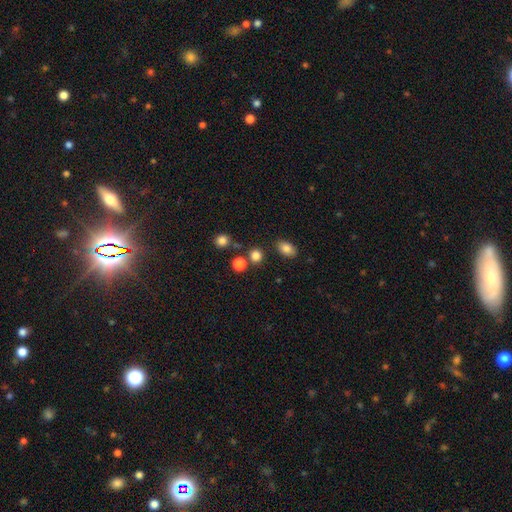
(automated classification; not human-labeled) smooth_or_featured: smooth (p=0.81) [alt: star or artifact p=0.14]
how_rounded: round (p=0.81) [alt: in between p=0.18]
merging: none (p=0.78) [alt: merger p=0.11]